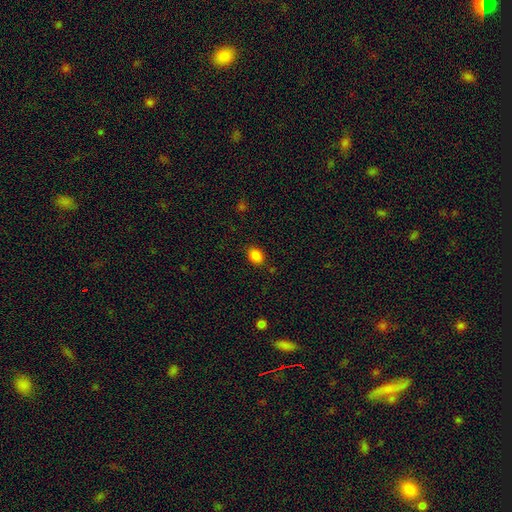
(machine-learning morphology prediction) Q: Smooth or featured?
A: smooth (85%); runner-up: star or artifact (10%)
Q: How rounded?
A: in between (66%); runner-up: round (33%)
Q: Merging?
A: none (85%); runner-up: minor disturbance (10%)